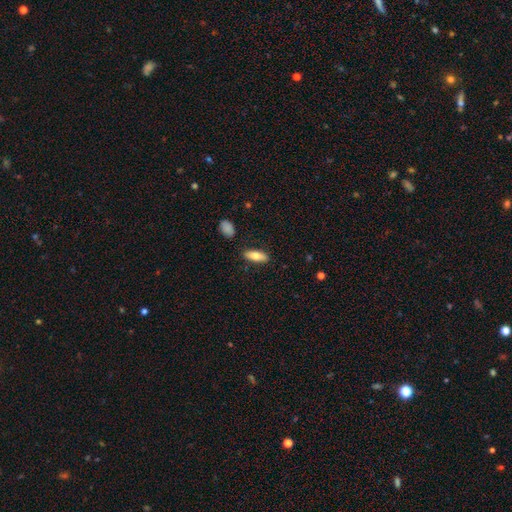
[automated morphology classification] A smooth galaxy with no disk features (73%) that is in between round and cigar-shaped (72%).

Vote fractions:
- Smooth or featured? smooth: 73% / featured or disk: 20% / star or artifact: 6%
- How rounded? in between: 72% / cigar-shaped: 25% / round: 3%
- Merging? none: 86% / minor disturbance: 10% / major disturbance: 2% / merger: 2%